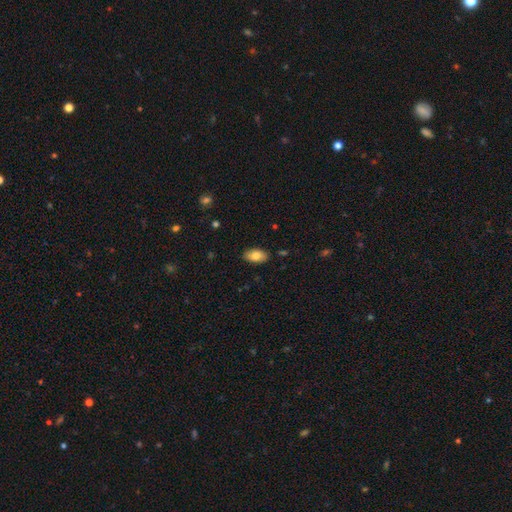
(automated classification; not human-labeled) Smooth or featured? Predicted: smooth (p=0.80). How rounded? Predicted: in between (p=0.94). Merging? Predicted: none (p=0.86).